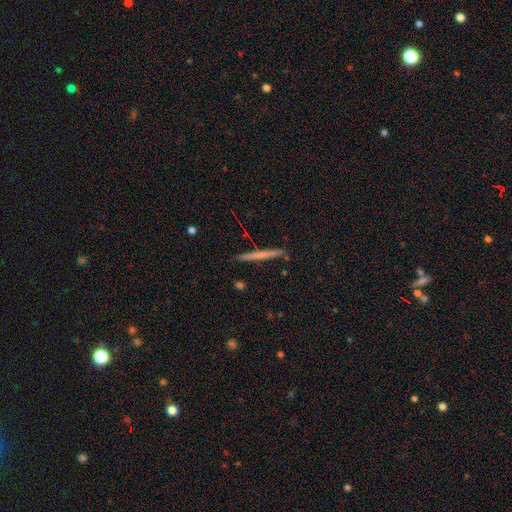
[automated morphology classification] This appears to be a featured or disk galaxy (43%). Merging: none (86%).